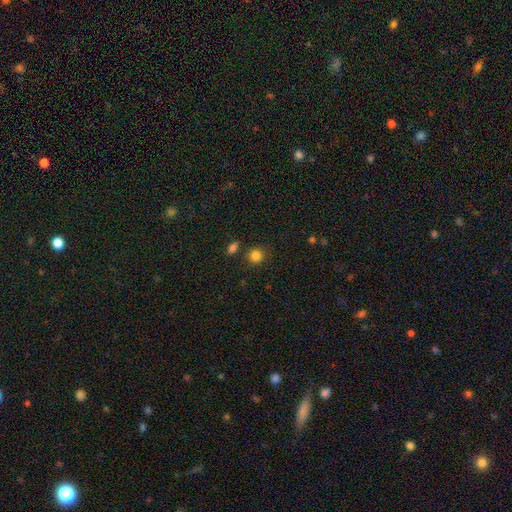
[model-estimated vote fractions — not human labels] The model was most divided on "smooth or featured": smooth: 83%, star or artifact: 12%, featured or disk: 4%. More confident: how rounded — round (87%); merging — none (82%).